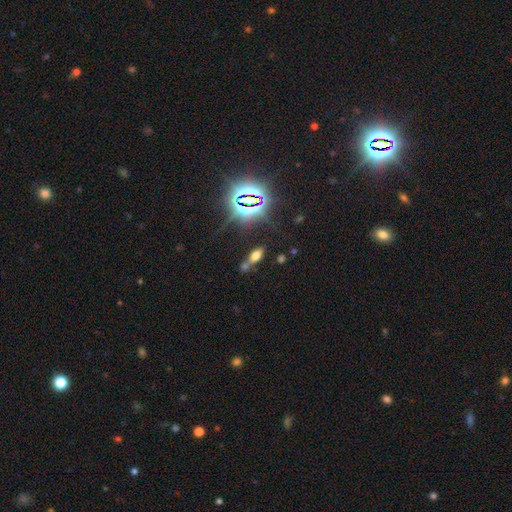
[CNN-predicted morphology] Smooth or featured?
  - smooth: 54% *
  - star or artifact: 31%
  - featured or disk: 15%
How rounded?
  - in between: 75% *
  - cigar-shaped: 16%
  - round: 9%
Merging?
  - none: 51% *
  - merger: 30%
  - minor disturbance: 13%
  - major disturbance: 7%